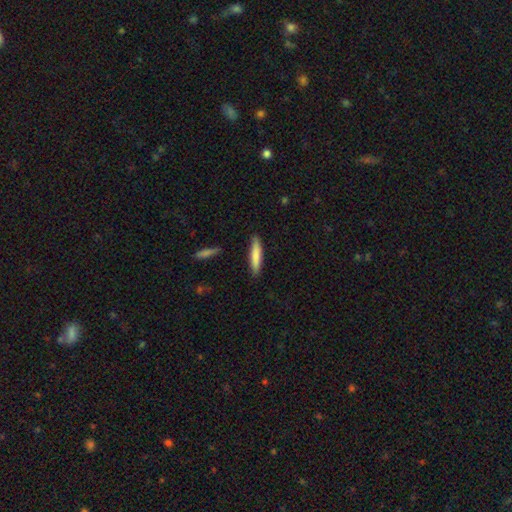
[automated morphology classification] Overall: smooth (76%). How rounded: cigar-shaped (85%). Merging: none (87%).